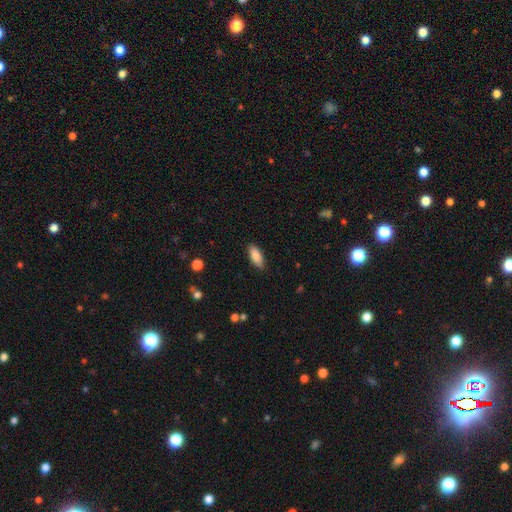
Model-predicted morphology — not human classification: This is clearly a smooth galaxy (87%). How rounded: clearly in between (81%). Merging: clearly none (86%).